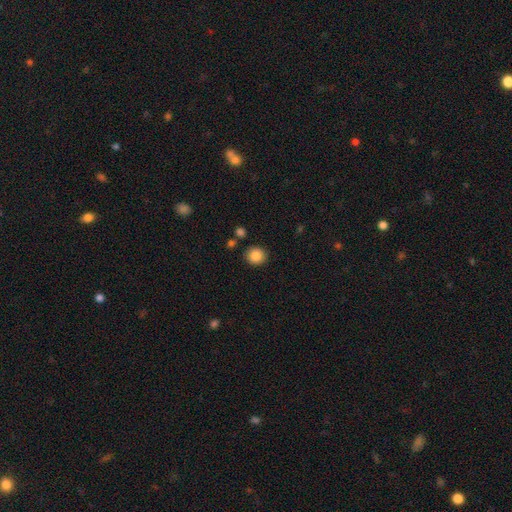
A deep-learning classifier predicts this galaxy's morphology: type=smooth (87%); roundness=round (88%); merging=none (88%).